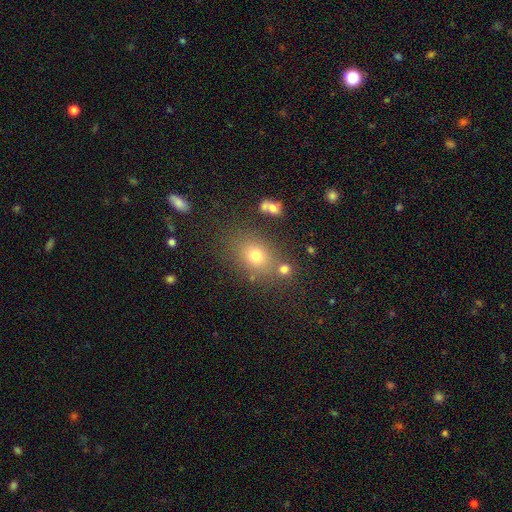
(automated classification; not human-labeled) Smooth or featured?
  - smooth: 70% *
  - star or artifact: 18%
  - featured or disk: 12%
How rounded?
  - in between: 59% *
  - round: 39%
  - cigar-shaped: 2%
Merging?
  - none: 73% *
  - minor disturbance: 12%
  - merger: 10%
  - major disturbance: 5%